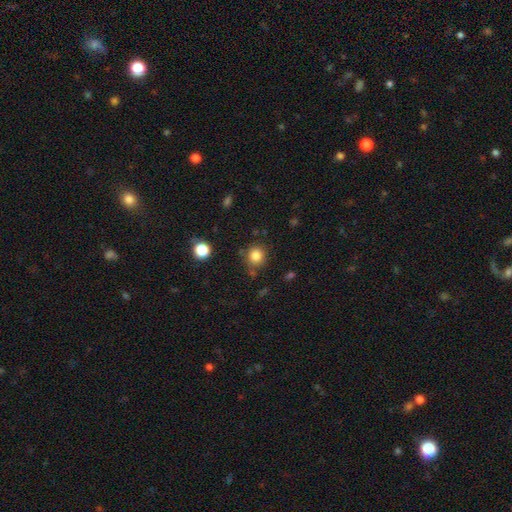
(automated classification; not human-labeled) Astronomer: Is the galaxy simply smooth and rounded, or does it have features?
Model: smooth — 83%.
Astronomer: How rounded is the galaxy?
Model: round — 88%.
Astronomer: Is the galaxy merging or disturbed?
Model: none — 81%.